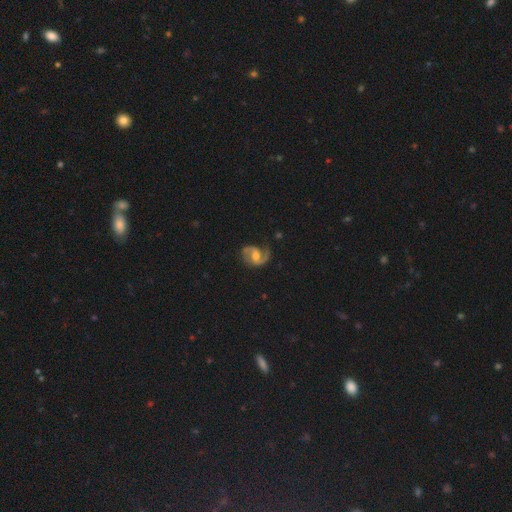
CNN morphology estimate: Smooth or featured?
  - featured or disk: 90% *
  - smooth: 5%
  - star or artifact: 5%
Edge-on disk?
  - no: 98% *
  - yes: 2%
Bar?
  - weak: 49% *
  - no: 36%
  - strong: 15%
Spiral arms?
  - yes: 98% *
  - no: 2%
Spiral winding?
  - medium: 59% *
  - loose: 23%
  - tight: 18%
Spiral arm count?
  - 2: 92% *
  - 1: 4%
  - can't tell: 2%
  - 3: 1%
  - 4: 1%
  - more than 4: 1%
Bulge size?
  - moderate: 58% *
  - small: 27%
  - large: 7%
  - none: 6%
  - dominant: 1%
Merging?
  - none: 76% *
  - minor disturbance: 16%
  - major disturbance: 6%
  - merger: 2%